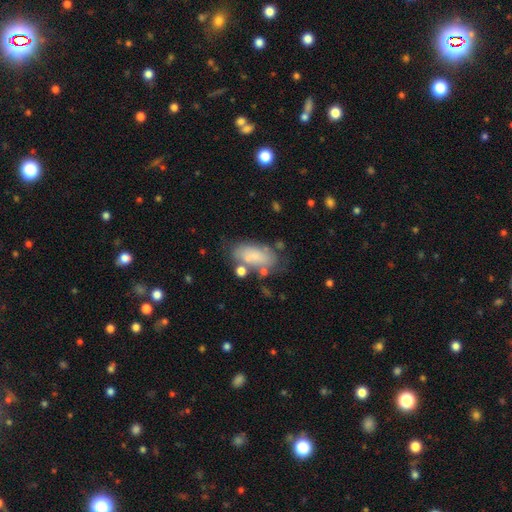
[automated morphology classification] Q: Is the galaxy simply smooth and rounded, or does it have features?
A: smooth — 66%.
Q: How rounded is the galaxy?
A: in between — 89%.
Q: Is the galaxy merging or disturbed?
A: none — 56%.